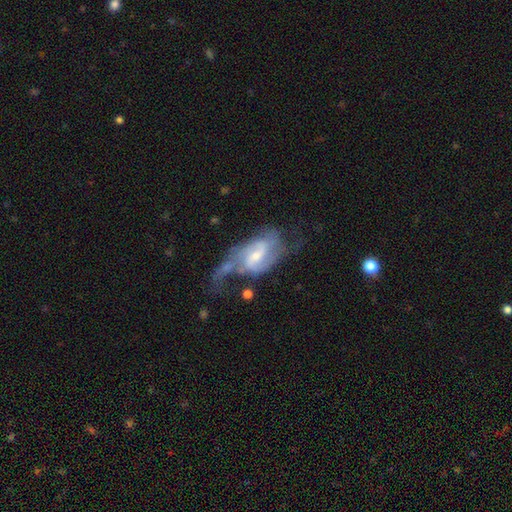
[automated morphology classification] Smooth or featured? featured or disk (84%)
Edge-on disk? no (96%)
Bar? weak (56%)
Spiral arms? yes (94%)
Spiral winding? medium (45%)
Spiral arm count? 2 (74%)
Bulge size? small (50%)
Merging? none (37%)